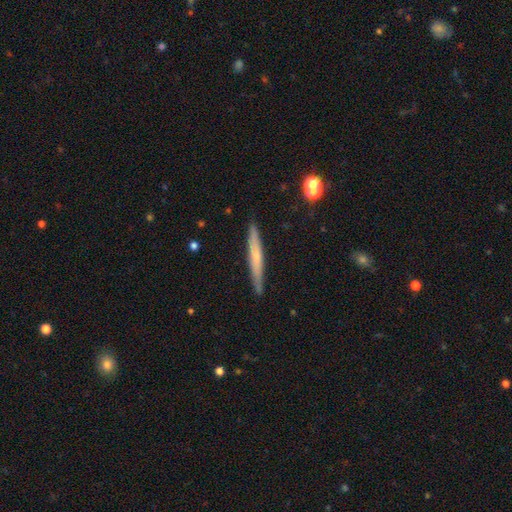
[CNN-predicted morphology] Overall: smooth (49%; featured or disk 45%). Merging: none (88%).